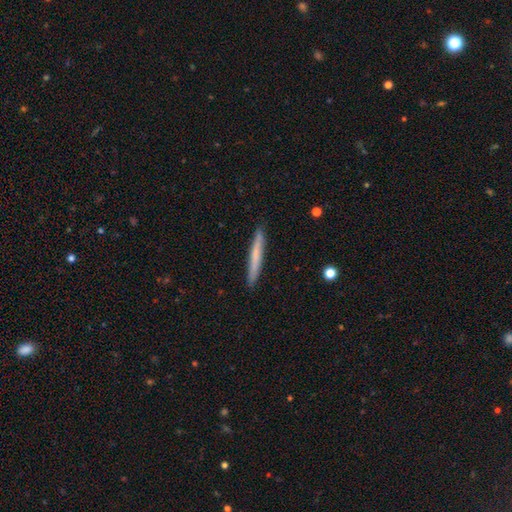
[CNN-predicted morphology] This appears to be a smooth galaxy with no disk features (65%) that is cigar-shaped (97%). Merging: none (91%).